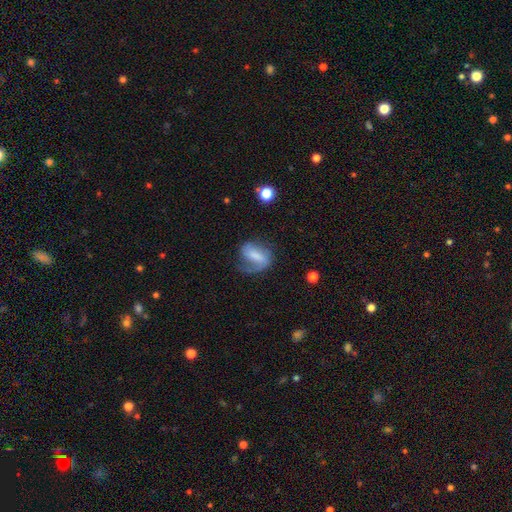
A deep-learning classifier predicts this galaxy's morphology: Smooth or featured?
  - featured or disk: 55% *
  - smooth: 36%
  - star or artifact: 8%
Edge-on disk?
  - no: 96% *
  - yes: 4%
Bar?
  - weak: 39% *
  - strong: 35%
  - no: 26%
Spiral arms?
  - yes: 82% *
  - no: 18%
Bulge size?
  - none: 33% *
  - moderate: 26%
  - small: 24%
  - large: 14%
  - dominant: 3%
Merging?
  - none: 44% *
  - major disturbance: 30%
  - minor disturbance: 24%
  - merger: 3%